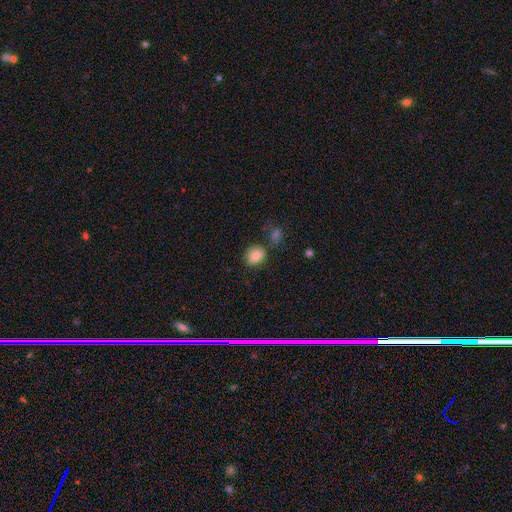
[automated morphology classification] Smooth or featured?
  - smooth: 85% *
  - star or artifact: 9%
  - featured or disk: 5%
How rounded?
  - in between: 53% *
  - round: 46%
  - cigar-shaped: 1%
Merging?
  - none: 68% *
  - minor disturbance: 18%
  - merger: 9%
  - major disturbance: 5%